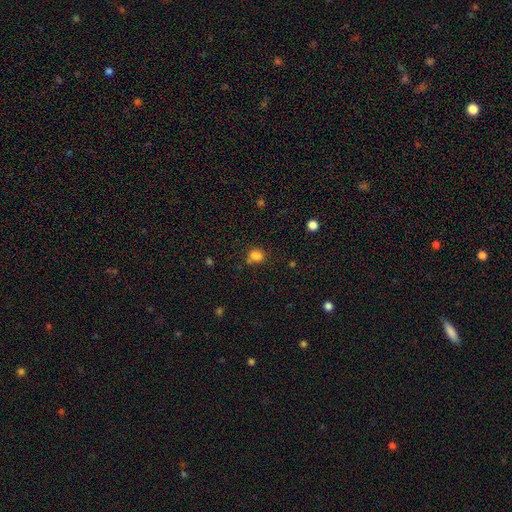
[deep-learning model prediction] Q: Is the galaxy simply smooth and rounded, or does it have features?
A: smooth — 81%.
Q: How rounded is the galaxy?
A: round — 51%.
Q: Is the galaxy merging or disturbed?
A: none — 57%.